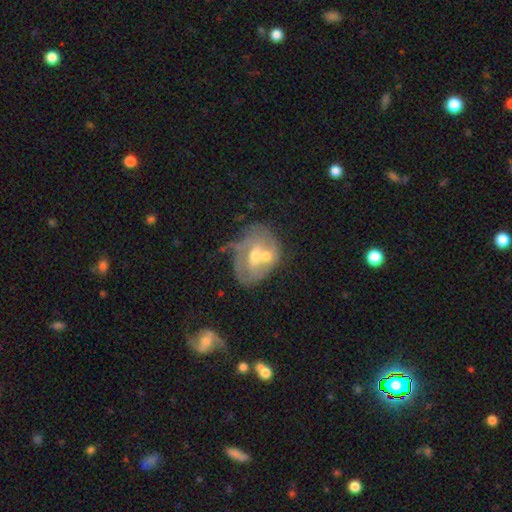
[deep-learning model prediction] Overall: featured or disk (63%; smooth 29%). Edge-on disk: no (96%). Bar: no (60%; weak 31%). Spiral arms: no (53%; yes 47%). Bulge size: moderate (64%; small 29%). Merging: merger (53%; none 23%).